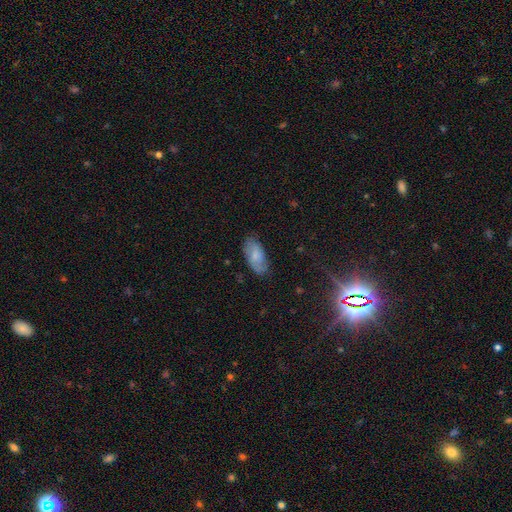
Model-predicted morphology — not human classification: Q: Smooth or featured?
A: smooth (69%); runner-up: featured or disk (23%)
Q: How rounded?
A: in between (92%); runner-up: cigar-shaped (5%)
Q: Merging?
A: none (73%); runner-up: minor disturbance (21%)